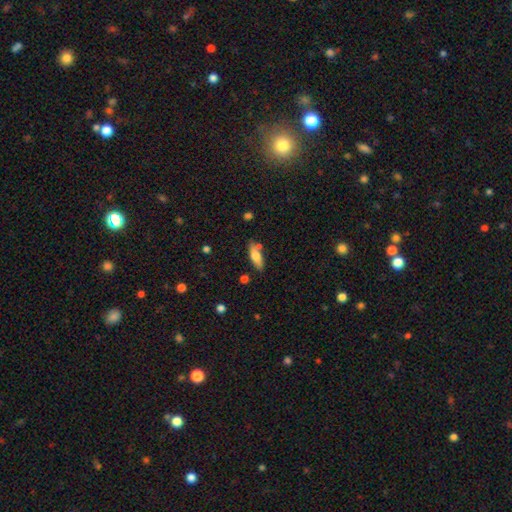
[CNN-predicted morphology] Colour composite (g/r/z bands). It shows a smooth galaxy with no disk features (66%) that is in between round and cigar-shaped (51%). Merging: none (72%).